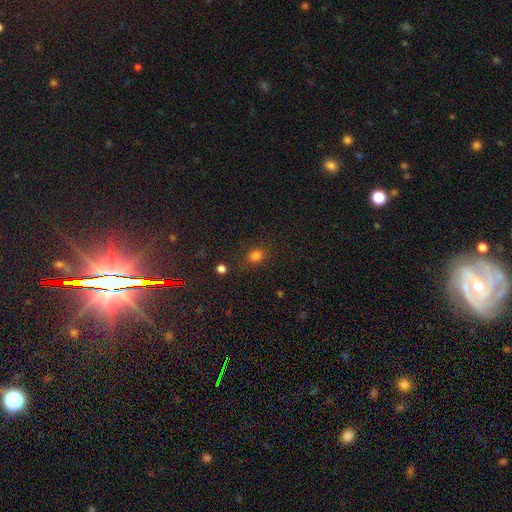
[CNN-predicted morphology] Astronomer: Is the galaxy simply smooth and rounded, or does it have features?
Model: smooth — 78%.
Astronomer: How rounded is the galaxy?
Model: round — 62%.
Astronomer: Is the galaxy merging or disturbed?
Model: none — 79%.